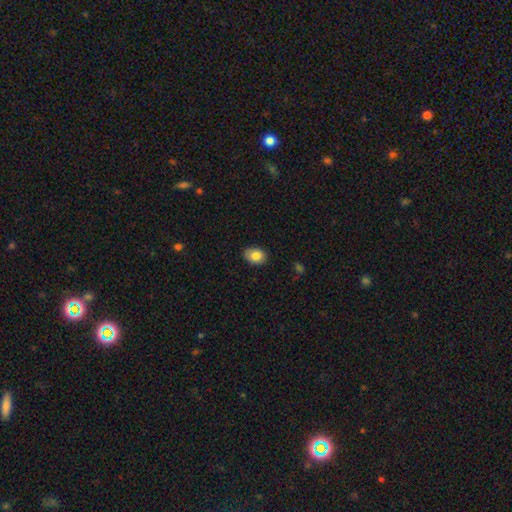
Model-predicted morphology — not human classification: Smooth or featured: smooth — 83% (featured or disk — 9%)
How rounded: in between — 76% (round — 23%)
Merging: none — 85% (minor disturbance — 12%)